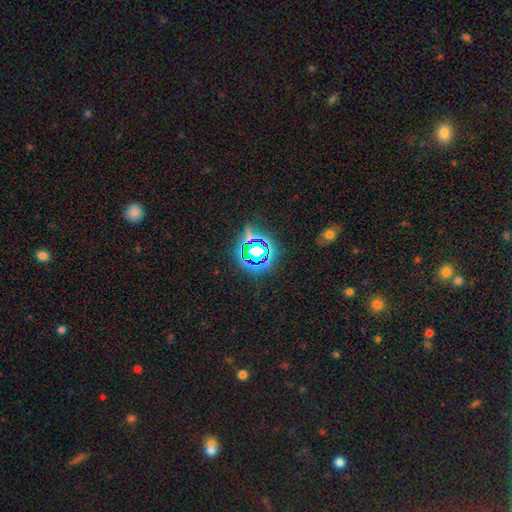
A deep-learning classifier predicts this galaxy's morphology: star or artifact 71%, smooth 18%, featured or disk 12%.